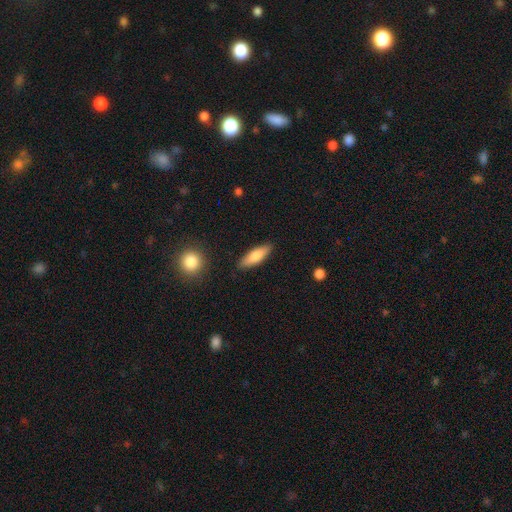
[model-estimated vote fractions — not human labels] Morphology: type=smooth (74%); roundness=cigar-shaped (50%); merging=none (87%).